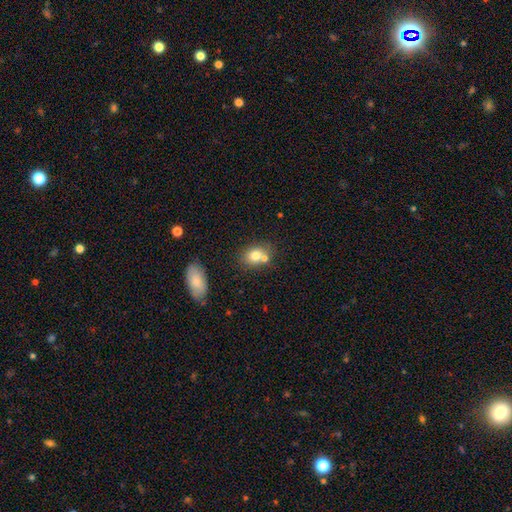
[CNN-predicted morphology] This is likely a smooth galaxy (77%). How rounded: possibly in between (56%). Merging: possibly none (54%).